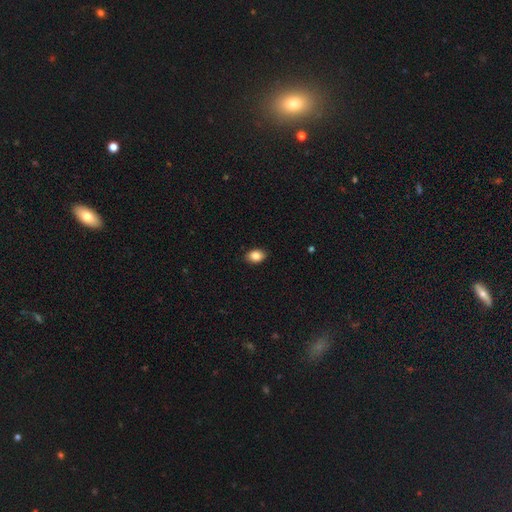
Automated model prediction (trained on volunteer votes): A smooth galaxy with no disk features (86%) that is in between round and cigar-shaped (80%).

Vote fractions:
- Smooth or featured? smooth: 86% / star or artifact: 8% / featured or disk: 6%
- How rounded? in between: 80% / round: 19% / cigar-shaped: 1%
- Merging? none: 89% / minor disturbance: 9% / major disturbance: 2% / merger: 1%